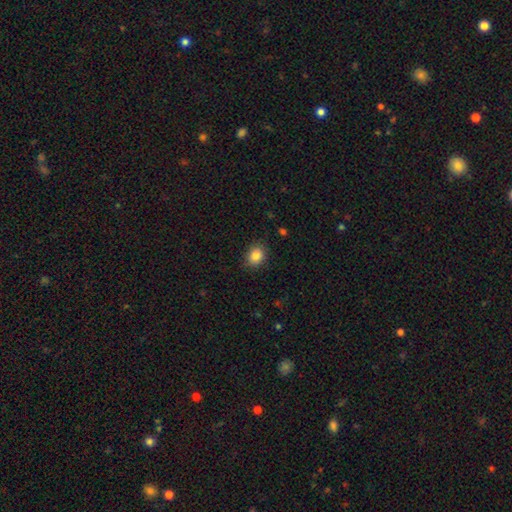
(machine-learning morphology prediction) The model was most divided on "how rounded": in between: 50%, round: 49%, cigar-shaped: 1%. More confident: smooth or featured — smooth (85%); merging — none (85%).